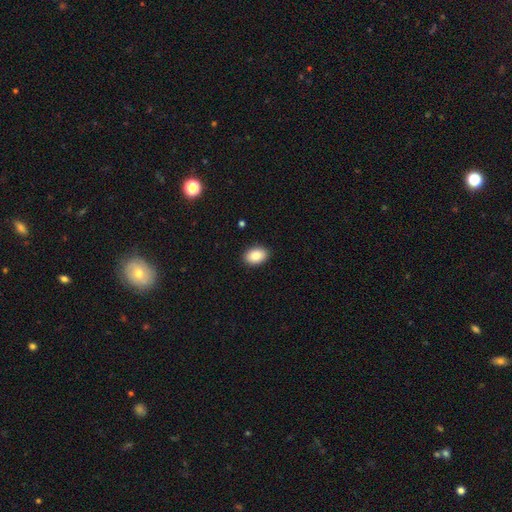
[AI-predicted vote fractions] This appears to be a smooth galaxy with no disk features (88%) that is in between round and cigar-shaped (85%). Merging: none (90%).